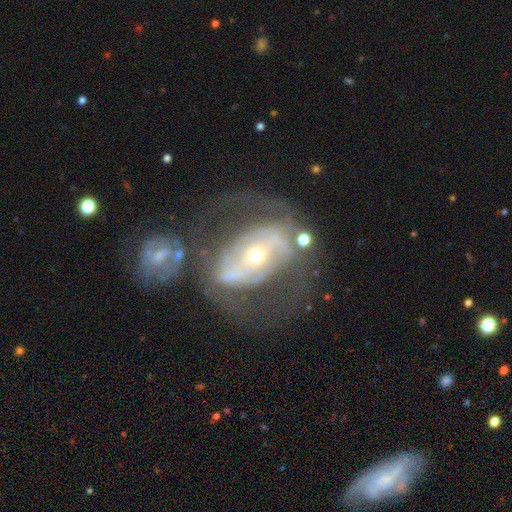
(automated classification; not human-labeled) Q: Smooth or featured?
A: featured or disk (77%); runner-up: smooth (15%)
Q: Edge-on disk?
A: no (94%); runner-up: yes (6%)
Q: Bar?
A: strong (42%); runner-up: no (32%)
Q: Spiral arms?
A: yes (63%); runner-up: no (37%)
Q: Bulge size?
A: small (49%); runner-up: moderate (45%)
Q: Merging?
A: none (47%); runner-up: major disturbance (22%)